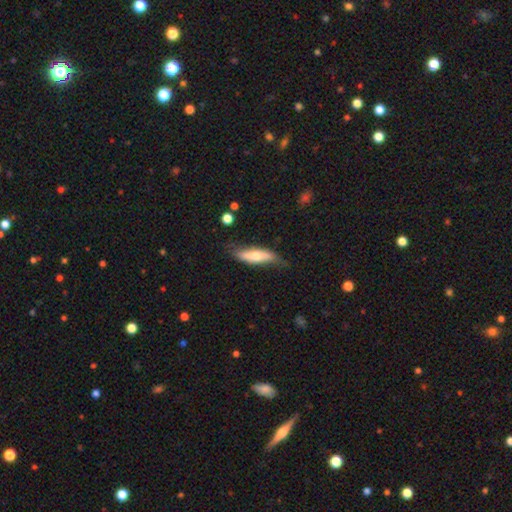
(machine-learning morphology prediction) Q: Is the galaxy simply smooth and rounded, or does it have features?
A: smooth — 56%.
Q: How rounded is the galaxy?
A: cigar-shaped — 56%.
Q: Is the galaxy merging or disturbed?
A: none — 64%.